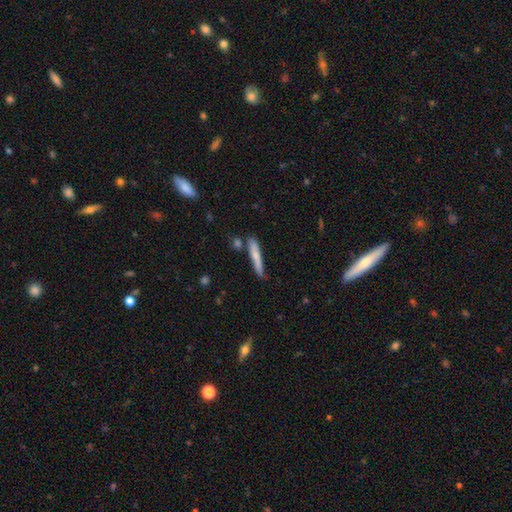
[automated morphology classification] Smooth or featured? Predicted: smooth (p=0.65). How rounded? Predicted: cigar-shaped (p=0.93). Merging? Predicted: none (p=0.71).